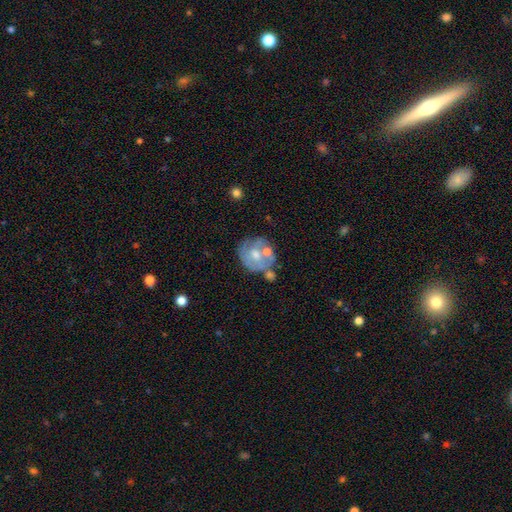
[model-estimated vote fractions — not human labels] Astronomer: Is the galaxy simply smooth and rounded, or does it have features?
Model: featured or disk — 51% (runner-up: smooth, 42%).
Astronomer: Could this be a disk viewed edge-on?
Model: no — 97%.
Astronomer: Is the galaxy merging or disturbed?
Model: none — 46% (runner-up: merger, 23%).